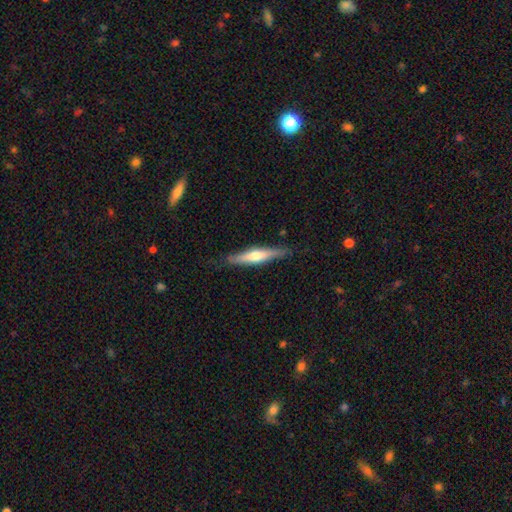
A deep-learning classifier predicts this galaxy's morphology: Q: Smooth or featured?
A: featured or disk (52%); runner-up: smooth (42%)
Q: Edge-on disk?
A: yes (94%); runner-up: no (6%)
Q: Merging?
A: none (84%); runner-up: minor disturbance (13%)